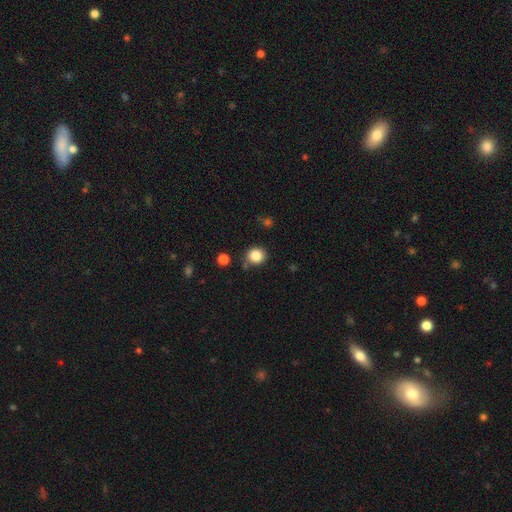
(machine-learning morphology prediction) Overall: smooth (85%). How rounded: round (84%). Merging: none (81%).